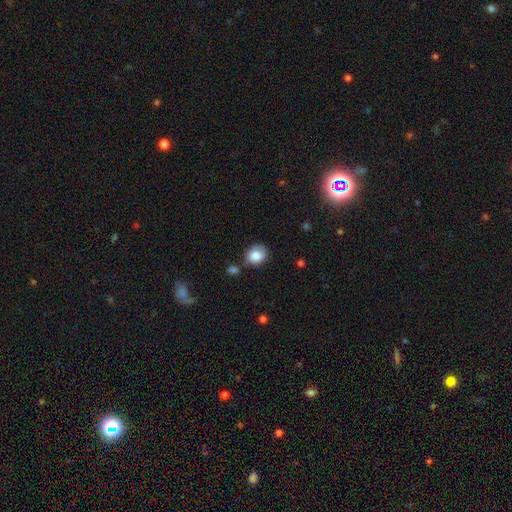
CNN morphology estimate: smooth 84%, star or artifact 8%, featured or disk 8%. Down the decision tree: how rounded — round (56%); merging — none (66%).